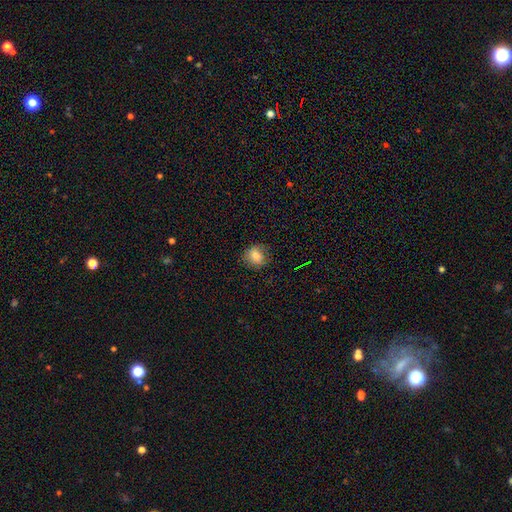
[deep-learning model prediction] Q: Smooth or featured?
A: smooth (78%); runner-up: star or artifact (11%)
Q: How rounded?
A: round (74%); runner-up: in between (25%)
Q: Merging?
A: none (81%); runner-up: minor disturbance (14%)